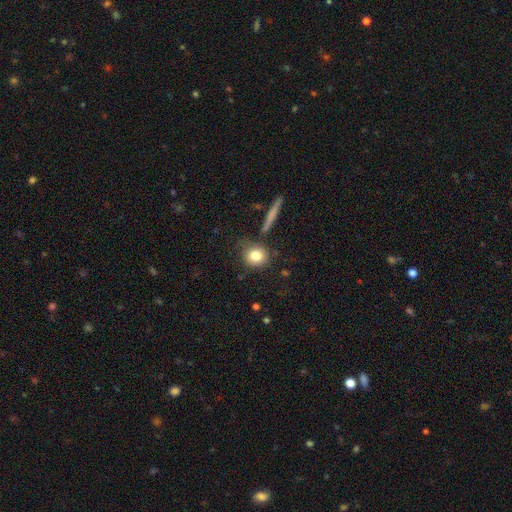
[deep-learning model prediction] Smooth or featured: smooth — 80% (featured or disk — 11%)
How rounded: round — 84% (in between — 14%)
Merging: none — 73% (minor disturbance — 14%)